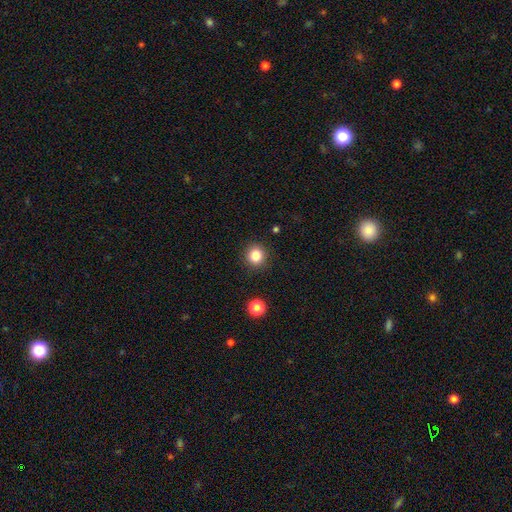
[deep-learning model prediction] The model was most divided on "smooth or featured": smooth: 83%, star or artifact: 12%, featured or disk: 5%. More confident: how rounded — round (92%); merging — none (91%).